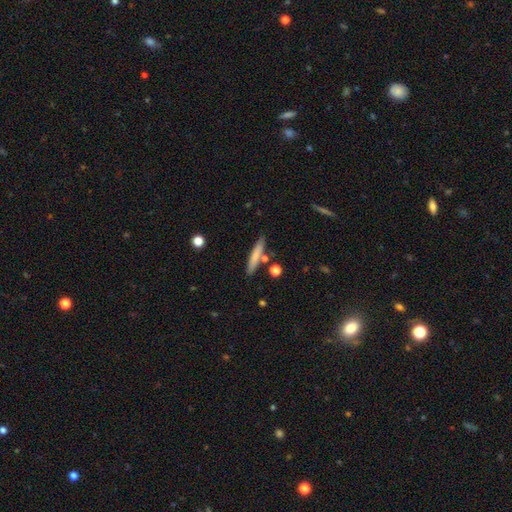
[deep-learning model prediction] The model was most divided on "smooth or featured": smooth: 73%, featured or disk: 20%, star or artifact: 7%. More confident: how rounded — cigar-shaped (91%); merging — none (80%).